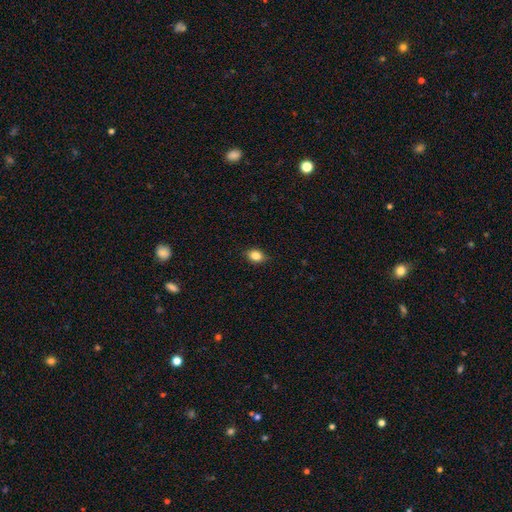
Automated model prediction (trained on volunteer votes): The model was most divided on "how rounded": in between: 67%, round: 31%, cigar-shaped: 2%. More confident: merging — none (85%); smooth or featured — smooth (83%).